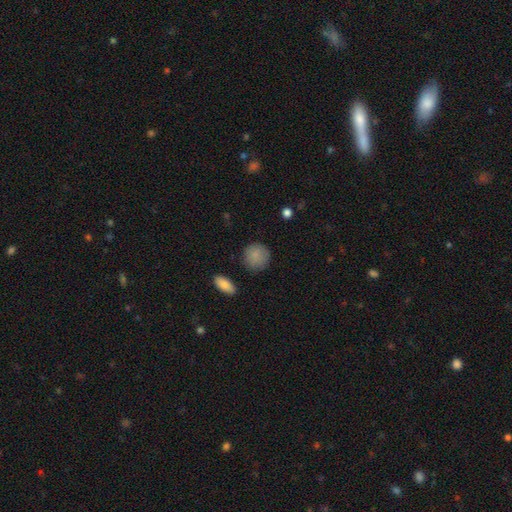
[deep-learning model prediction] A smooth galaxy with no disk features (87%) that is round (90%). Merging: none (83%).